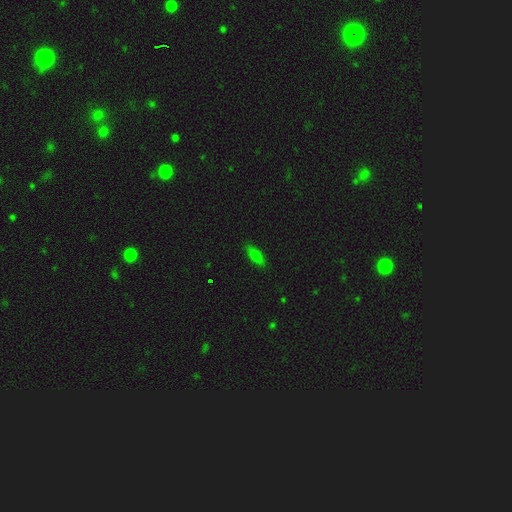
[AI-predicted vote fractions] Morphology: type=smooth (69%); roundness=in between (65%); merging=none (86%).